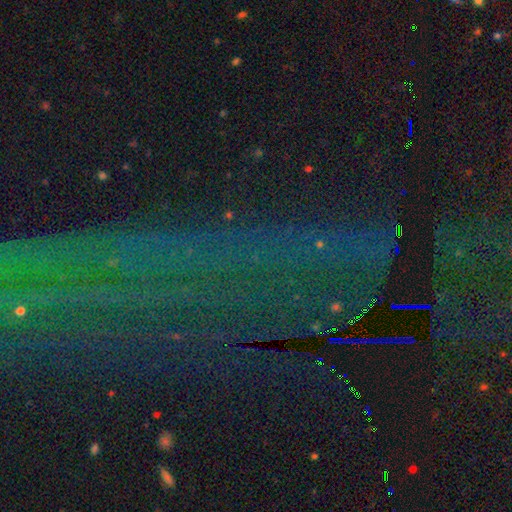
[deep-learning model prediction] Morphology: type=star or artifact (83%).